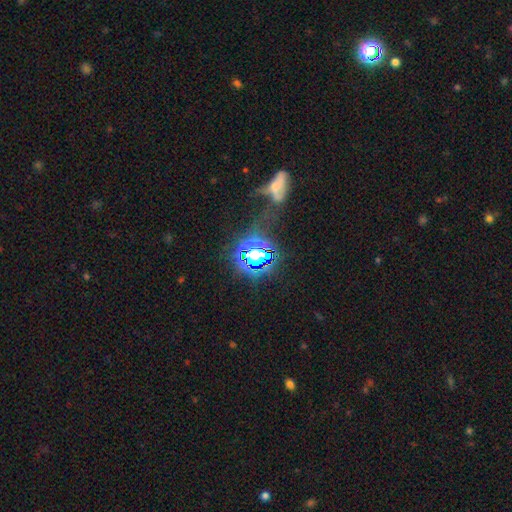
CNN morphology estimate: Smooth or featured?
  - star or artifact: 66% *
  - smooth: 22%
  - featured or disk: 12%